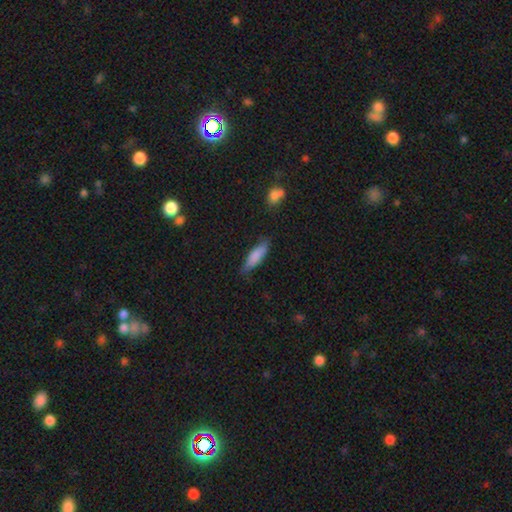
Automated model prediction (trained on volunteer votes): This appears to be a smooth galaxy with no disk features (82%) that is cigar-shaped (56%). Merging: none (74%).